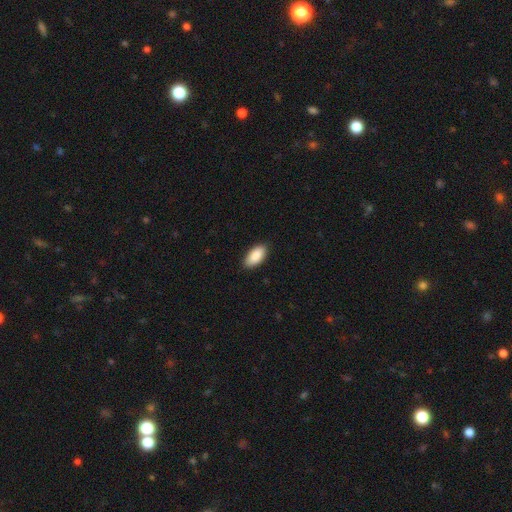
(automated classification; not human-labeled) Smooth or featured? smooth (90%)
How rounded? in between (94%)
Merging? none (86%)